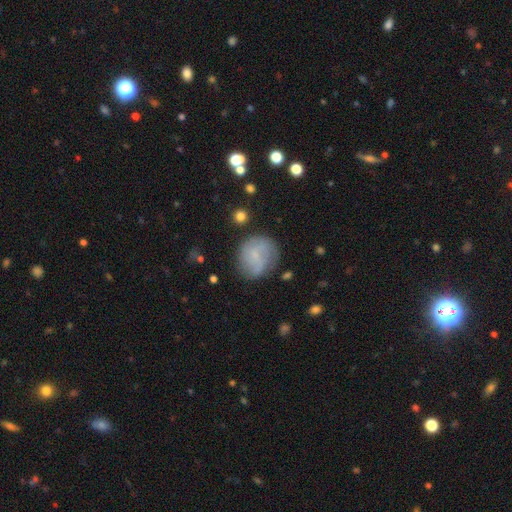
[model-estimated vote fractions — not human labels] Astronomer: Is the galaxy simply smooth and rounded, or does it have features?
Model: smooth — 54% (runner-up: featured or disk, 36%).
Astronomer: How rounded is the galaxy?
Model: round — 79%.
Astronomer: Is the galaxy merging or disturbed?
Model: none — 68%.